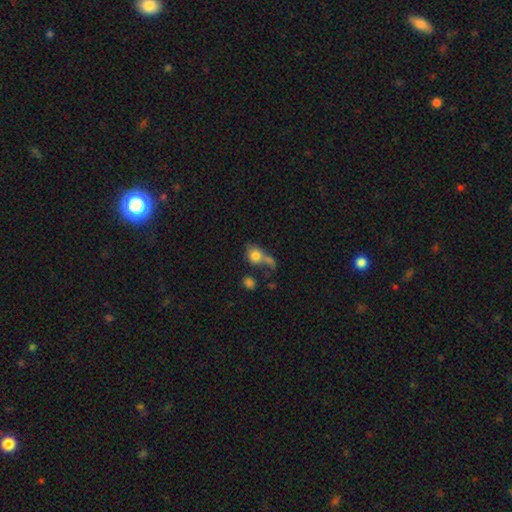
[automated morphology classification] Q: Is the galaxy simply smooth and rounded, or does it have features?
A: smooth — 76%.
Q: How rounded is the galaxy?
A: round — 58%.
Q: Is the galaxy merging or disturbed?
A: merger — 39%.